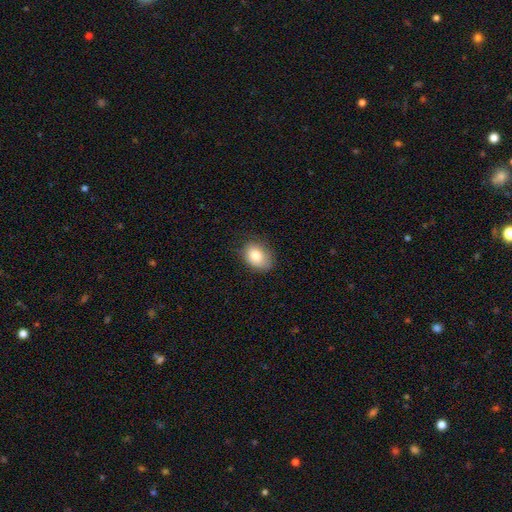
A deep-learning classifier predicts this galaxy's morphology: type=smooth (82%); roundness=in between (75%); merging=none (75%).